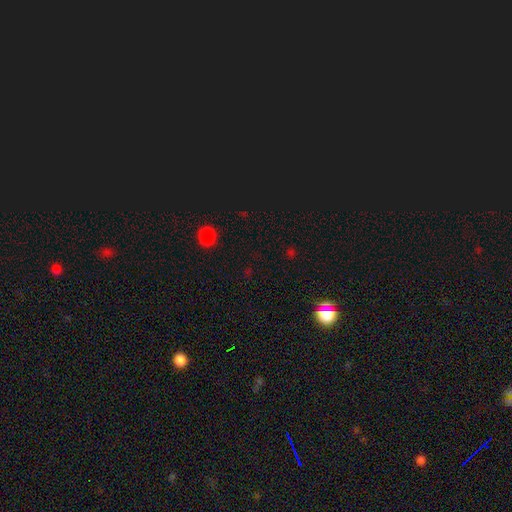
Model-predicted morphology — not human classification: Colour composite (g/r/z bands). It shows a star or artifact, not a galaxy (57%).